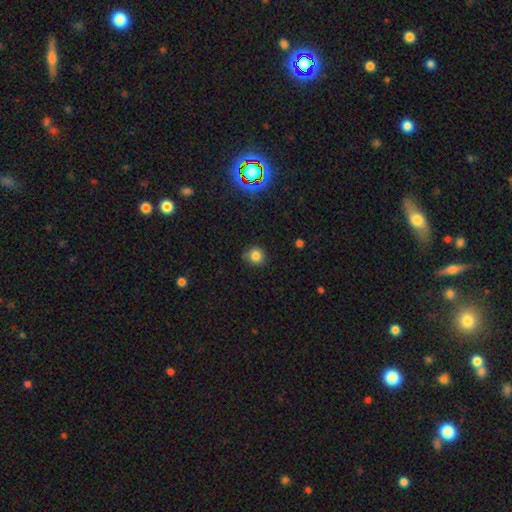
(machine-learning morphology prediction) Overall: smooth (81%). How rounded: round (88%). Merging: none (82%).